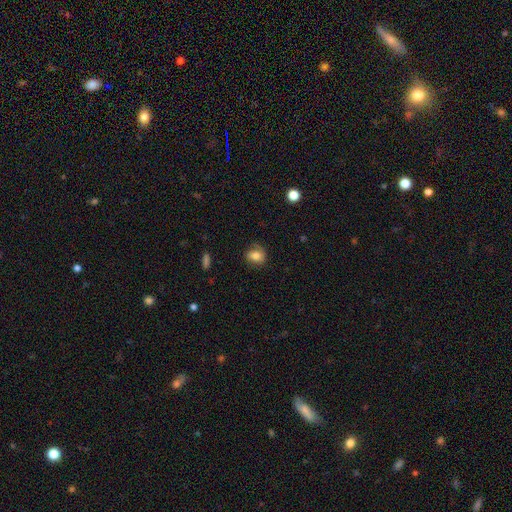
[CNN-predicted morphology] Smooth or featured? smooth (72%)
How rounded? round (54%)
Merging? none (69%)